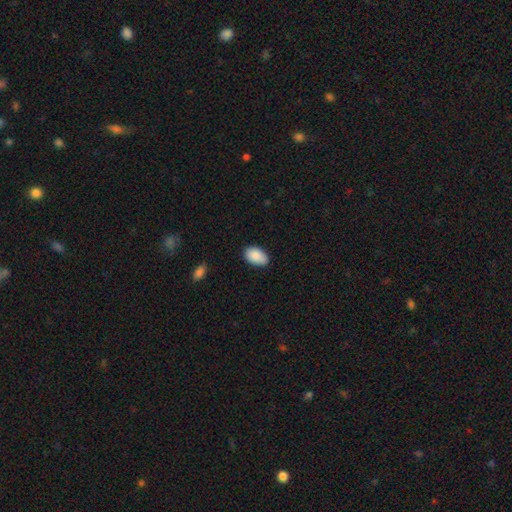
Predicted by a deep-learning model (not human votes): Smooth or featured: smooth — 90% (star or artifact — 6%)
How rounded: in between — 93% (round — 6%)
Merging: none — 80% (minor disturbance — 17%)